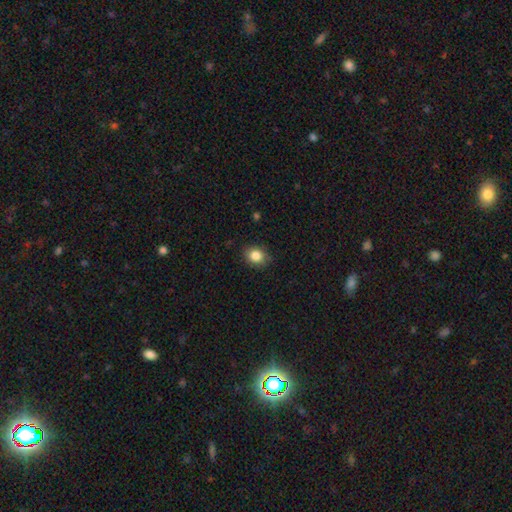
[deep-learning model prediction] Overall: smooth (85%). How rounded: round (57%; in between 42%). Merging: none (84%).